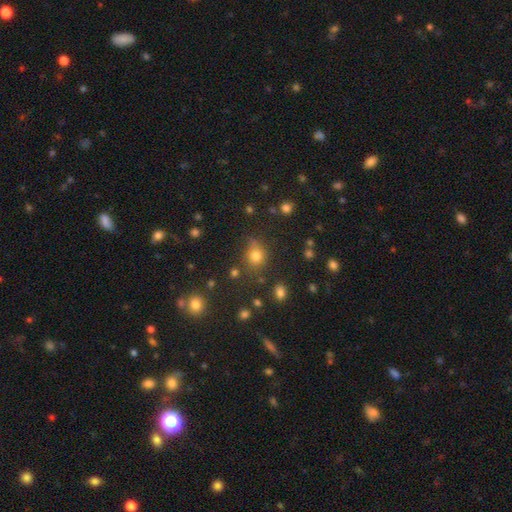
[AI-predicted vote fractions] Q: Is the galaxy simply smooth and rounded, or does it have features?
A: smooth — 75%.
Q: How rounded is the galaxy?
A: round — 74%.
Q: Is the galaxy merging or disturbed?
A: none — 67%.